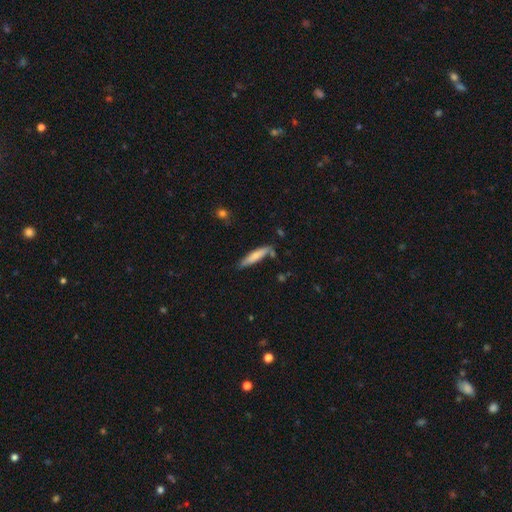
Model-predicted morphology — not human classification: Smooth or featured? smooth (69%)
How rounded? cigar-shaped (83%)
Merging? none (73%)